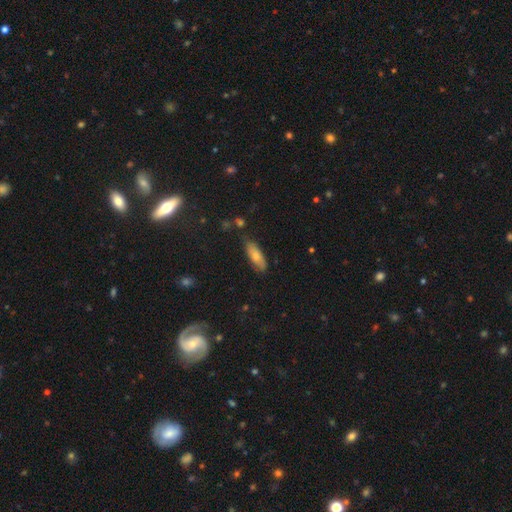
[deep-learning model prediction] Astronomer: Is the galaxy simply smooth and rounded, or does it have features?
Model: smooth — 74%.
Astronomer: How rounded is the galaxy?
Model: in between — 64%.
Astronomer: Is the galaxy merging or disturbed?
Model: none — 77%.